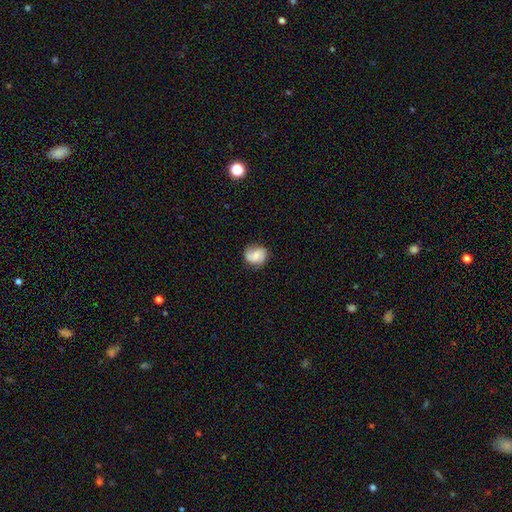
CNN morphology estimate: Smooth or featured? Predicted: featured or disk (p=0.52). Edge-on disk? Predicted: no (p=0.98). Bar? Predicted: no (p=0.57). Spiral arms? Predicted: yes (p=0.91). Bulge size? Predicted: small (p=0.41). Merging? Predicted: none (p=0.75).